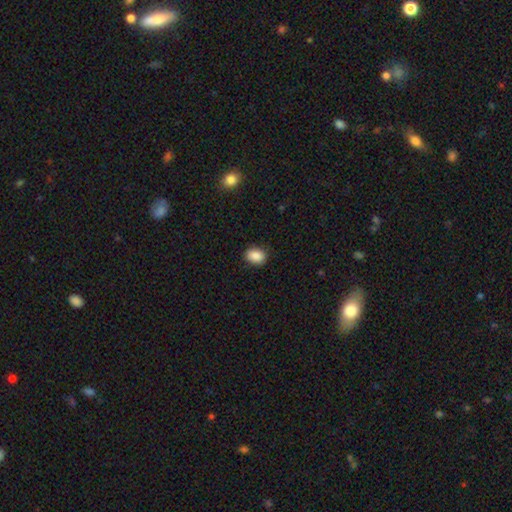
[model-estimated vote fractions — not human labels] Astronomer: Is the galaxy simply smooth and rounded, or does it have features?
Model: smooth — 87%.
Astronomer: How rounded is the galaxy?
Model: in between — 68%.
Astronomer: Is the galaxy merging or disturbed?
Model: none — 86%.